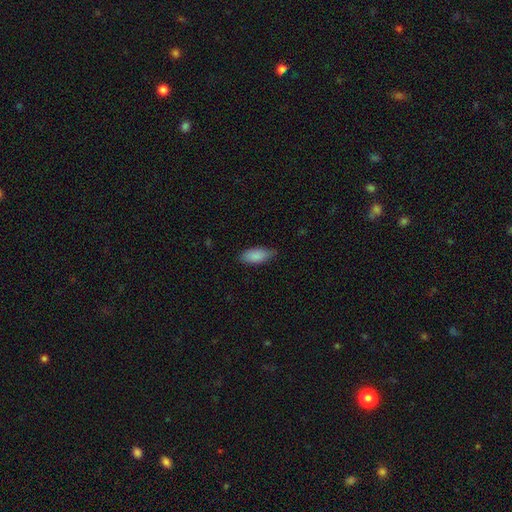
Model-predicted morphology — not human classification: A smooth galaxy with no disk features (88%) that is in between round and cigar-shaped (86%). Merging: none (74%).